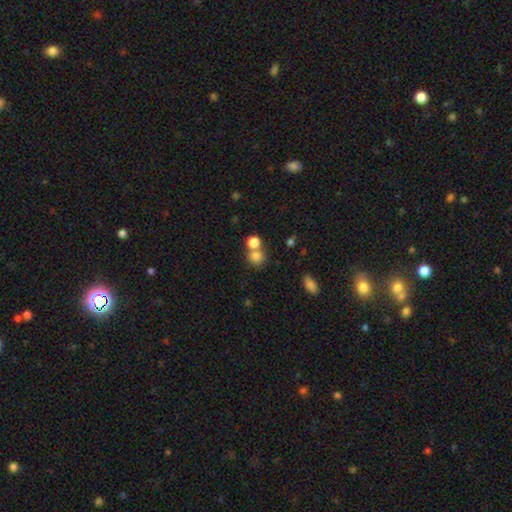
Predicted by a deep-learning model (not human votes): This is likely a smooth galaxy (78%). How rounded: likely round (77%). Merging: possibly none (48%).